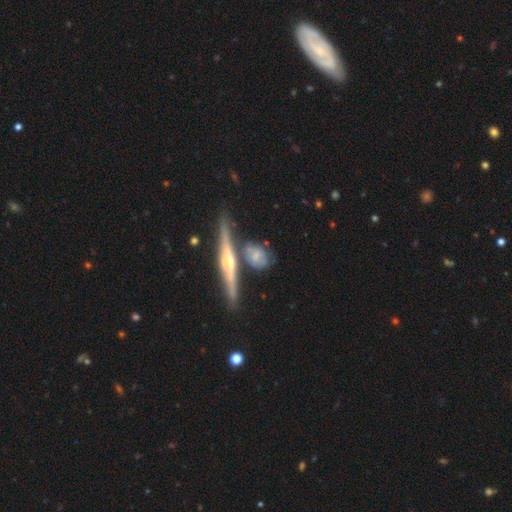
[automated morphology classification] Smooth or featured? Predicted: featured or disk (p=0.52). Edge-on disk? Predicted: yes (p=0.76). Merging? Predicted: none (p=0.60).